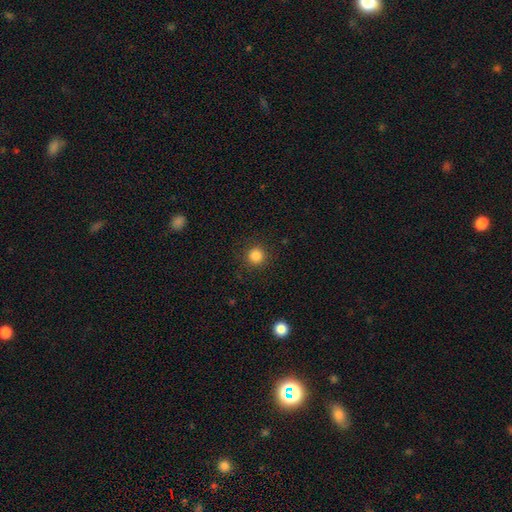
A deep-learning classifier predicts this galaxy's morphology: smooth-or-featured: smooth: 85% | star or artifact: 11% | featured or disk: 4%
  how-rounded: round: 95% | in between: 4% | cigar-shaped: 1%
  merging: none: 91% | minor disturbance: 6% | major disturbance: 3% | merger: 1%